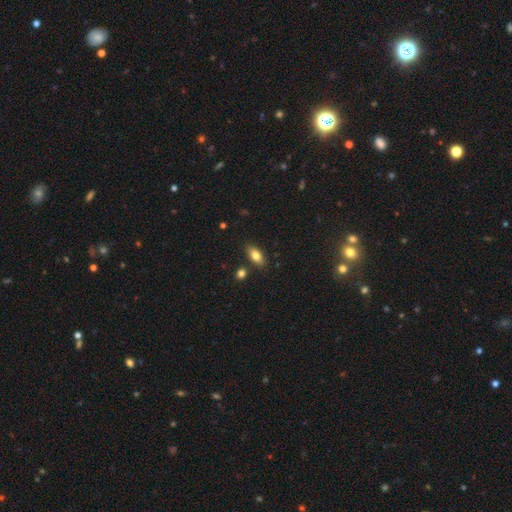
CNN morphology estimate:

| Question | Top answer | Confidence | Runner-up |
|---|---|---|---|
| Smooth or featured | smooth | 80% | featured or disk (12%) |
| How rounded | in between | 88% | cigar-shaped (7%) |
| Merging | none | 84% | minor disturbance (10%) |